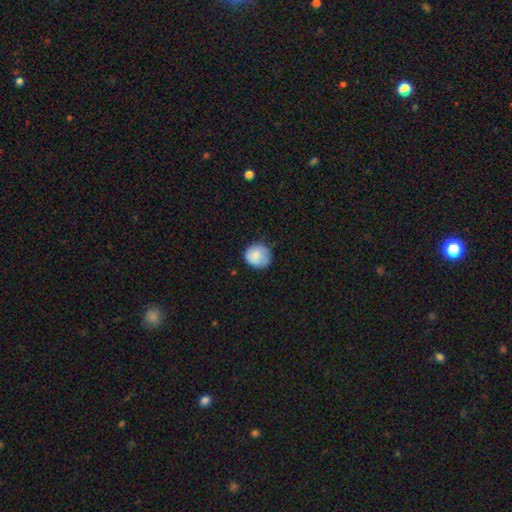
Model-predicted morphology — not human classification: This is clearly a smooth galaxy (82%). How rounded: clearly round (85%). Merging: likely none (76%).